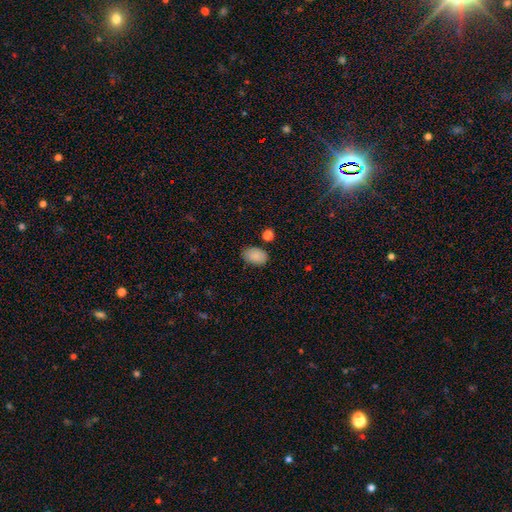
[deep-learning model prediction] Morphology: type=smooth (88%); roundness=in between (87%); merging=none (80%).